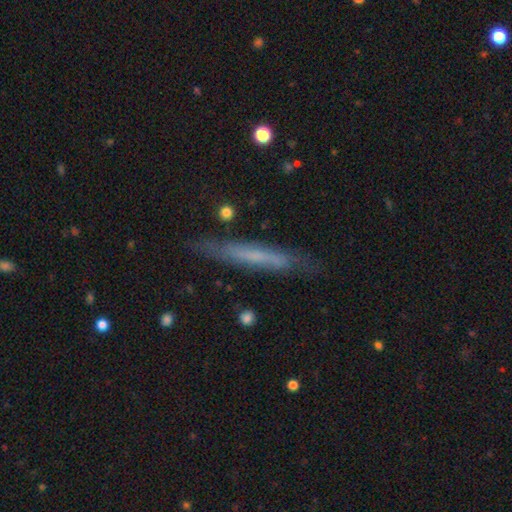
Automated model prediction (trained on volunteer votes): A featured or disk galaxy (49%).

Vote fractions:
- Smooth or featured? featured or disk: 49% / smooth: 43% / star or artifact: 7%
- Merging? none: 80% / minor disturbance: 15% / major disturbance: 3% / merger: 2%